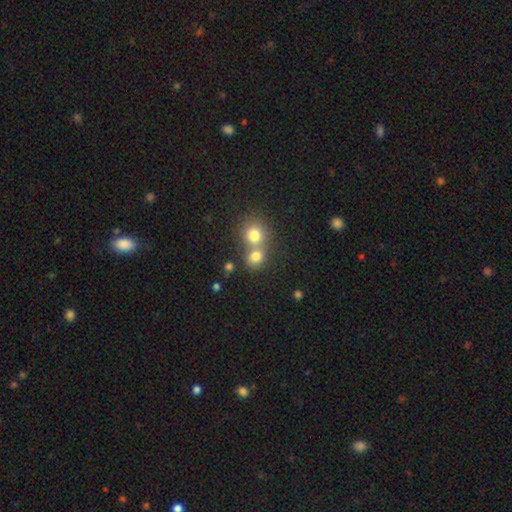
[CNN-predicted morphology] Q: Smooth or featured?
A: smooth (77%); runner-up: star or artifact (13%)
Q: How rounded?
A: round (77%); runner-up: in between (22%)
Q: Merging?
A: merger (54%); runner-up: none (38%)